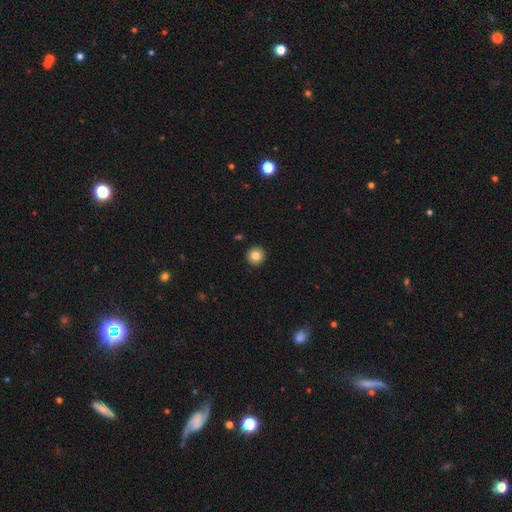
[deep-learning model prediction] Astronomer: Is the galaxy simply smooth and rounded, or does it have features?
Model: smooth — 83%.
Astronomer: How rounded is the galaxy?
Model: round — 95%.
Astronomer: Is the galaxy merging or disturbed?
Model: none — 93%.